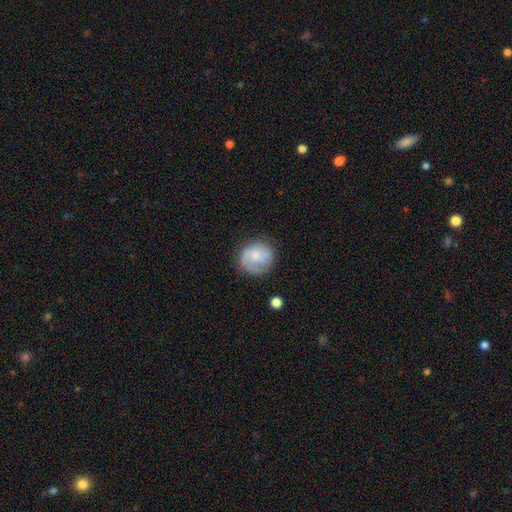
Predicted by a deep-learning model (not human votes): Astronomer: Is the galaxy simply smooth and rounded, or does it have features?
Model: smooth — 58% (runner-up: featured or disk, 34%).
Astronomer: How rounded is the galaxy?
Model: round — 82%.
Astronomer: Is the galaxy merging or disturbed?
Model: none — 63%.